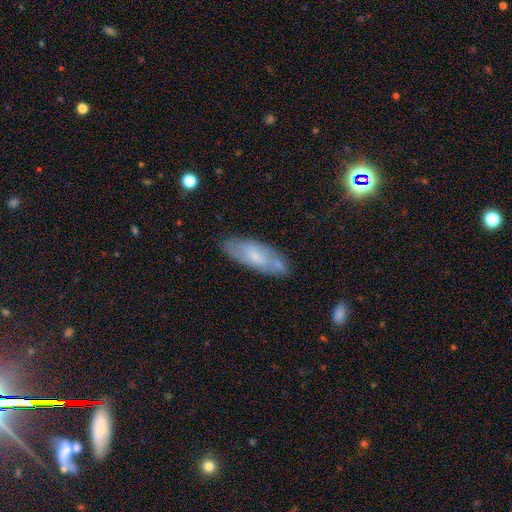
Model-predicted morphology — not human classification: Smooth or featured? Predicted: smooth (p=0.52). How rounded? Predicted: in between (p=0.62). Merging? Predicted: none (p=0.72).